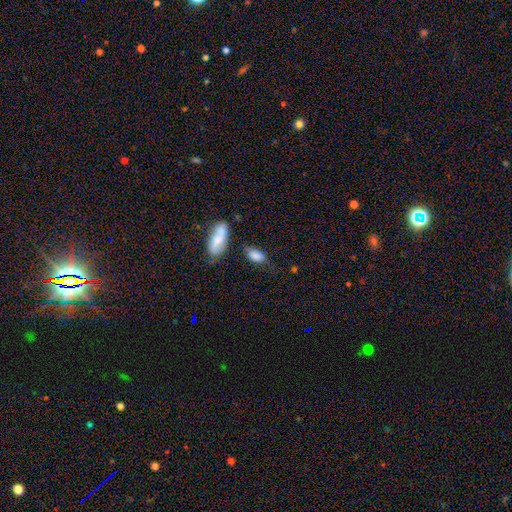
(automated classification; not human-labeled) This appears to be a smooth galaxy with no disk features (83%) that is in between round and cigar-shaped (90%). Merging: none (57%).